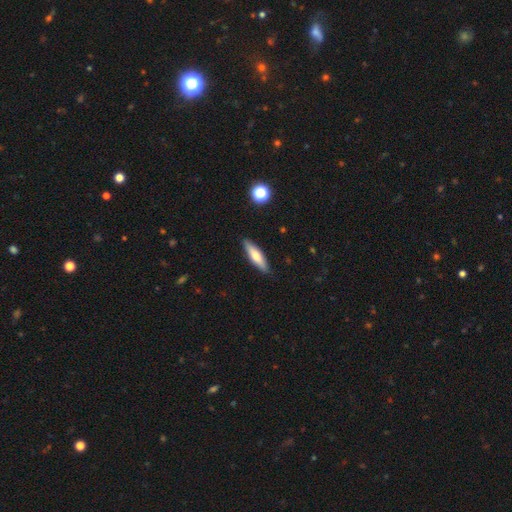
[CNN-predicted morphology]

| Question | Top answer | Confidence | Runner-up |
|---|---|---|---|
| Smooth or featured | smooth | 61% | featured or disk (32%) |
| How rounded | cigar-shaped | 68% | in between (30%) |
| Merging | none | 88% | minor disturbance (9%) |